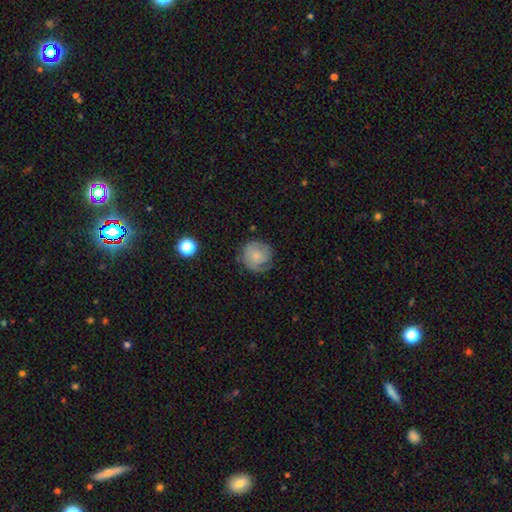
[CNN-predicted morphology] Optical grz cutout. It shows a smooth galaxy with no disk features (48%). Merging: none (66%).